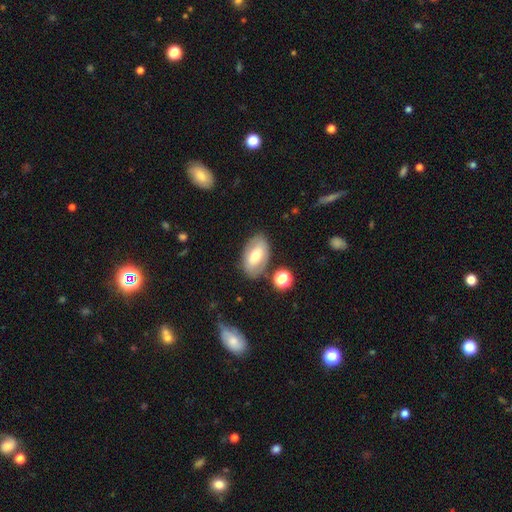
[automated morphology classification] A smooth galaxy with no disk features (57%) that is in between round and cigar-shaped (92%).

Vote fractions:
- Smooth or featured? smooth: 57% / featured or disk: 35% / star or artifact: 8%
- How rounded? in between: 92% / round: 6% / cigar-shaped: 2%
- Merging? none: 78% / minor disturbance: 13% / merger: 5% / major disturbance: 4%